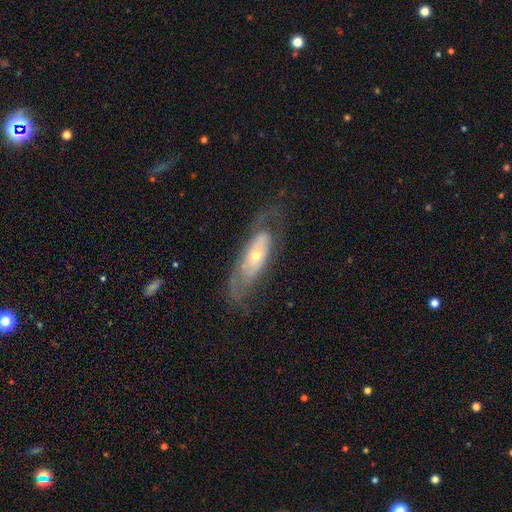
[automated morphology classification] A featured or disk galaxy (69%) with no bar (79%), spiral arms (64%) and a small central bulge (51%).

Vote fractions:
- Smooth or featured? featured or disk: 69% / smooth: 25% / star or artifact: 6%
- Edge-on disk? no: 79% / yes: 21%
- Bar? no: 79% / weak: 15% / strong: 6%
- Spiral arms? yes: 64% / no: 36%
- Bulge size? small: 51% / moderate: 44% / large: 3% / dominant: 1% / none: 1%
- Merging? none: 59% / minor disturbance: 21% / major disturbance: 19% / merger: 2%